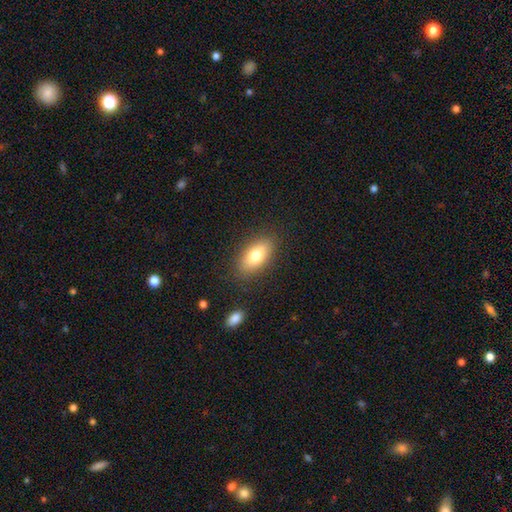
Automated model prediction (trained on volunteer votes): smooth_or_featured: smooth (p=0.76) [alt: featured or disk p=0.16]
how_rounded: in between (p=0.87) [alt: cigar-shaped p=0.07]
merging: none (p=0.85) [alt: minor disturbance p=0.10]